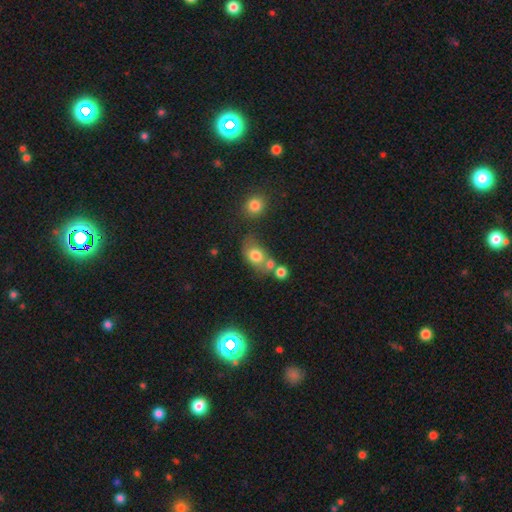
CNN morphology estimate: Smooth or featured?
  - smooth: 76% *
  - featured or disk: 12%
  - star or artifact: 12%
How rounded?
  - in between: 62% *
  - round: 36%
  - cigar-shaped: 2%
Merging?
  - none: 48% *
  - merger: 29%
  - minor disturbance: 16%
  - major disturbance: 7%